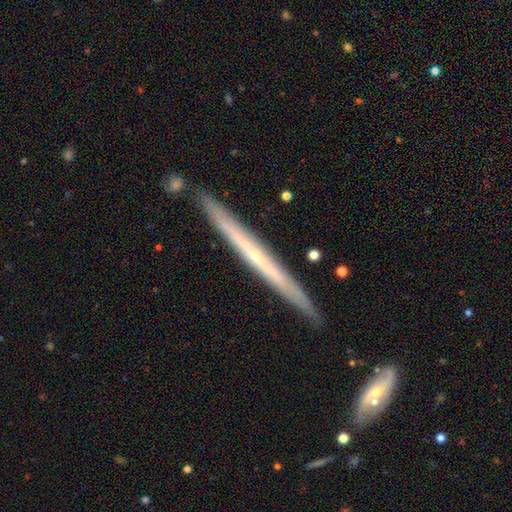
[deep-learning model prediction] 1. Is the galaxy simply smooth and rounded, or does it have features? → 66% featured or disk, 29% smooth, 6% star or artifact.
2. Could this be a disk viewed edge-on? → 96% yes, 4% no.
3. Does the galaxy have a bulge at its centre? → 76% none, 20% rounded, 4% boxy.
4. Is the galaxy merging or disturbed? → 87% none, 9% minor disturbance, 2% merger, 1% major disturbance.